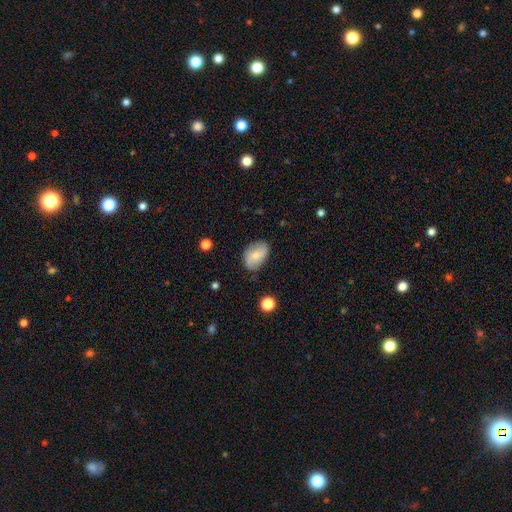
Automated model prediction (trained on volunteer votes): A smooth galaxy with no disk features (66%) that is in between round and cigar-shaped (87%). Merging: none (72%).